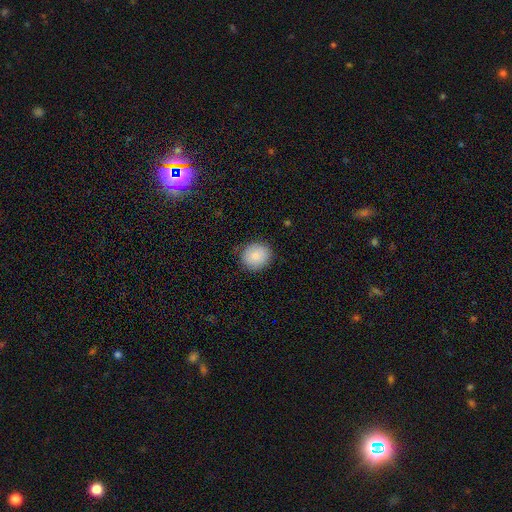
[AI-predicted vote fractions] Smooth or featured? smooth (86%)
How rounded? round (82%)
Merging? none (85%)